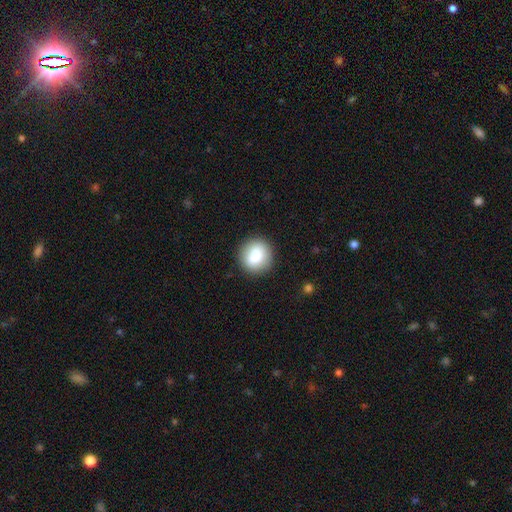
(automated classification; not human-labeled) This is clearly a smooth galaxy (80%). How rounded: clearly round (87%). Merging: clearly none (86%).